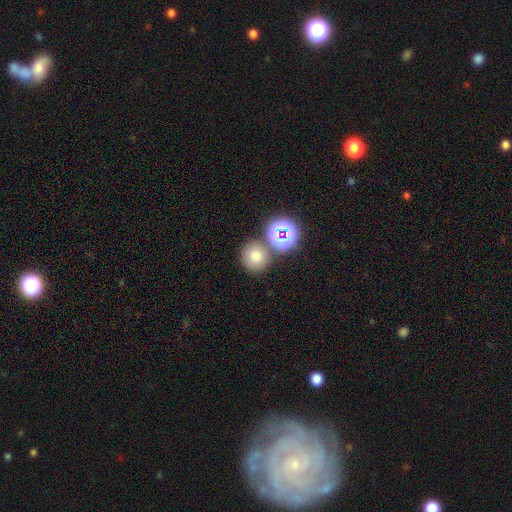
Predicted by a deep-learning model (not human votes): This is likely a smooth galaxy (70%). How rounded: clearly round (91%). Merging: likely none (74%).